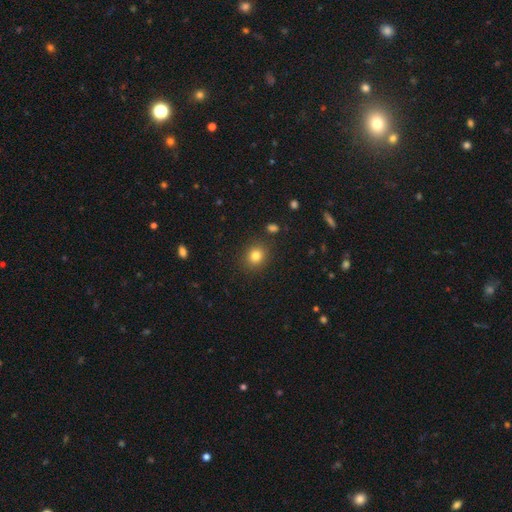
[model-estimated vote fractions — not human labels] smooth 81%, star or artifact 12%, featured or disk 7%. Down the decision tree: how rounded — round (75%); merging — none (88%).